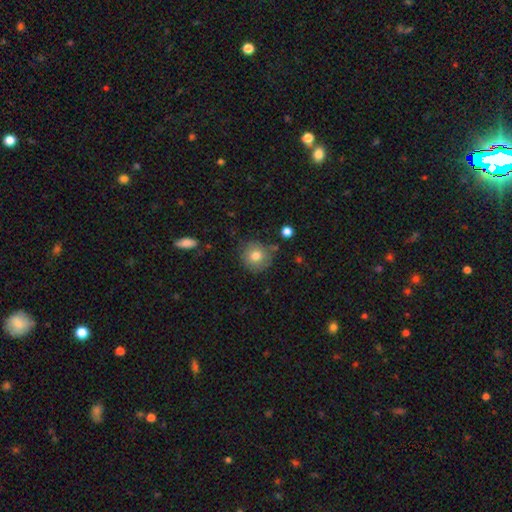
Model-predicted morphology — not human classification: smooth_or_featured: smooth (p=0.77) [alt: featured or disk p=0.13]
how_rounded: round (p=0.91) [alt: in between p=0.08]
merging: none (p=0.78) [alt: minor disturbance p=0.15]